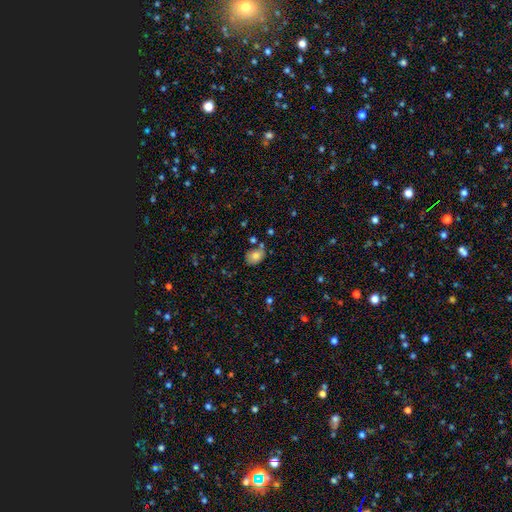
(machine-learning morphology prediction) smooth-or-featured: smooth: 78% | featured or disk: 12% | star or artifact: 10%
  how-rounded: in between: 65% | round: 34% | cigar-shaped: 1%
  merging: none: 61% | minor disturbance: 23% | merger: 11% | major disturbance: 6%